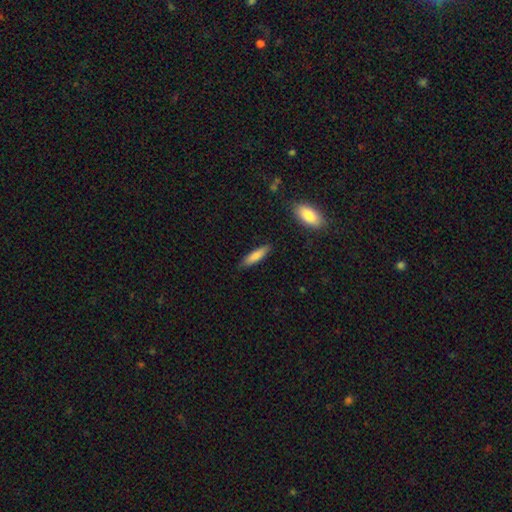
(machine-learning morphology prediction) This appears to be a smooth galaxy with no disk features (83%) that is cigar-shaped (74%). Merging: none (85%).